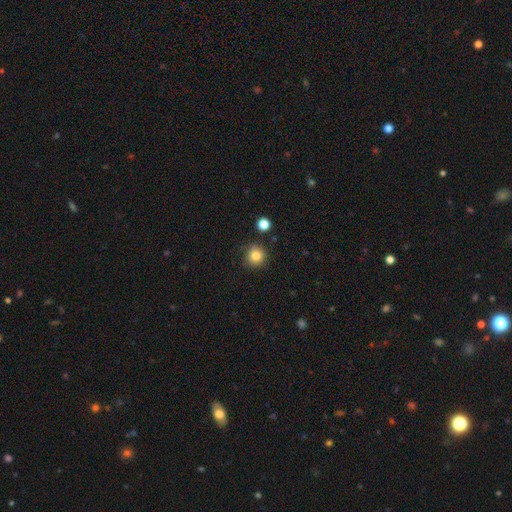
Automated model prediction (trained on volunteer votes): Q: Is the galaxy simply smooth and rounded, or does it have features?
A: smooth — 83%.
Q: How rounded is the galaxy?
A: round — 93%.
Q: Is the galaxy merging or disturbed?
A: none — 84%.